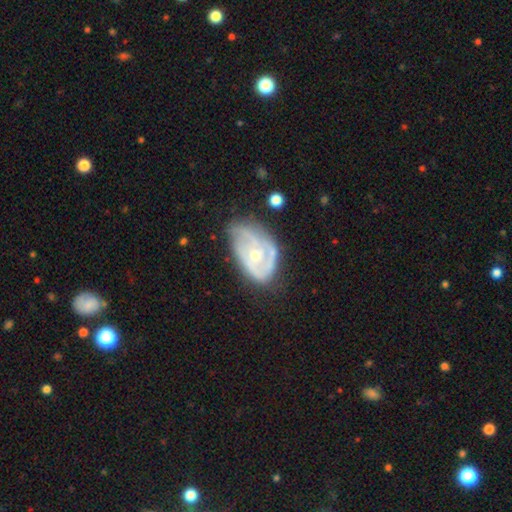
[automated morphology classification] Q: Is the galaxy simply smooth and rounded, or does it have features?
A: featured or disk — 77%.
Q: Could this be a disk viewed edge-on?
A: no — 96%.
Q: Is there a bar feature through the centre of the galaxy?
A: no — 76%.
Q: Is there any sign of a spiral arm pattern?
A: yes — 76%.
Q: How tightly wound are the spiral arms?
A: tight — 54%.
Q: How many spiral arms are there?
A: can't tell — 37%.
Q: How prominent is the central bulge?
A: moderate — 51%.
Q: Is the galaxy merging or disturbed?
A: none — 43%.